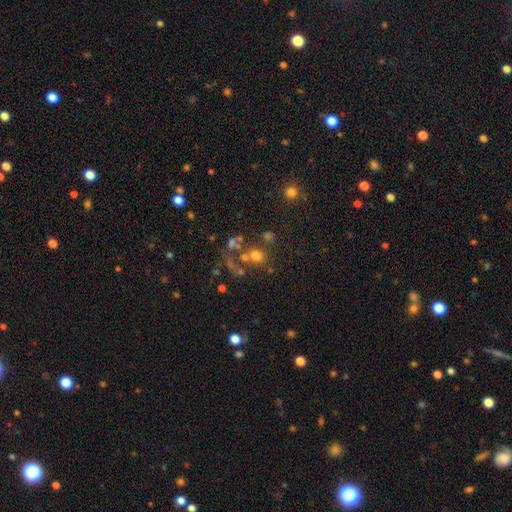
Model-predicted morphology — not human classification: smooth 62%, star or artifact 22%, featured or disk 17%. Down the decision tree: how rounded — round (79%); merging — none (53%).